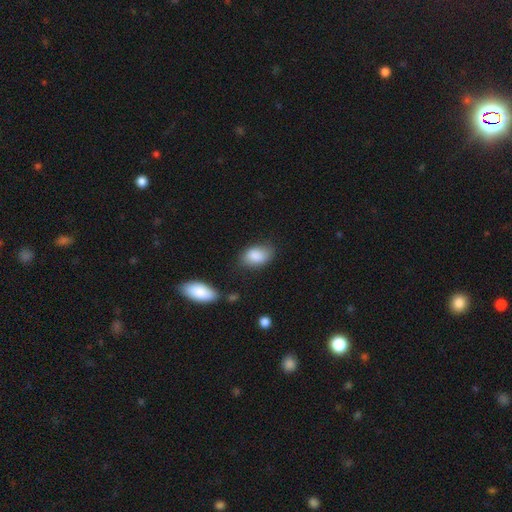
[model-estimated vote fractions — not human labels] Smooth or featured? Predicted: smooth (p=0.86). How rounded? Predicted: in between (p=0.90). Merging? Predicted: none (p=0.71).